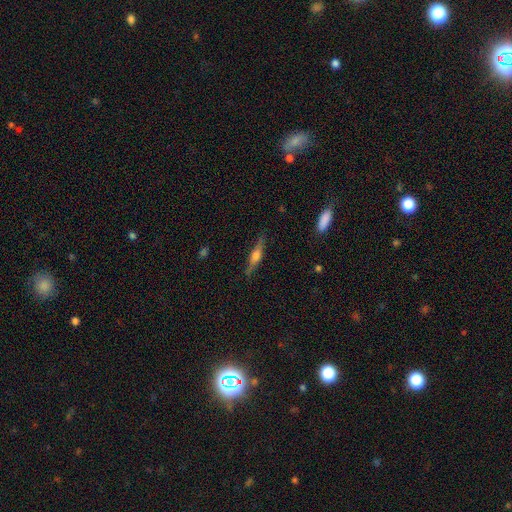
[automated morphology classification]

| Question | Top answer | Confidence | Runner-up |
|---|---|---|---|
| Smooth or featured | featured or disk | 66% | smooth (27%) |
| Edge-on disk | yes | 97% | no (3%) |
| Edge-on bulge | rounded | 85% | boxy (11%) |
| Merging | none | 86% | minor disturbance (10%) |